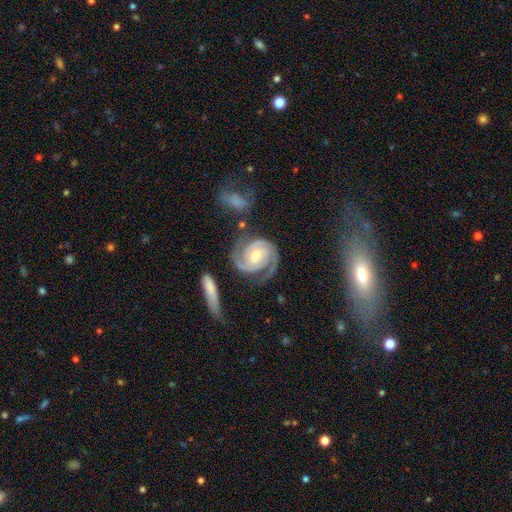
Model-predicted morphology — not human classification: type=featured or disk (91%); edge-on=no (98%); bar=no (52%); spiral arms=yes (98%); winding=tight (58%); arm count=2 (91%); bulge=moderate (61%); merging=none (70%).